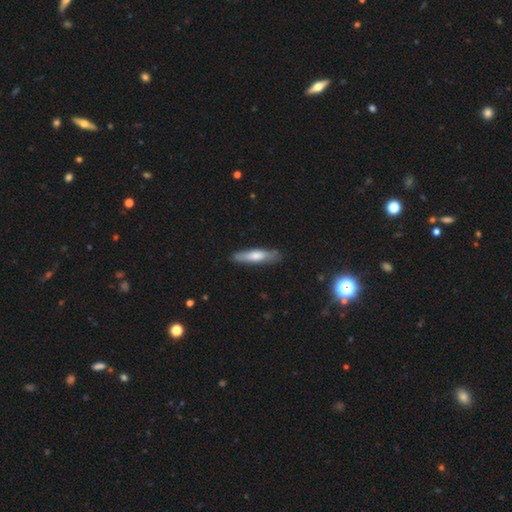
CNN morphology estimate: This is likely a smooth galaxy (64%). How rounded: likely cigar-shaped (79%). Merging: clearly none (80%).